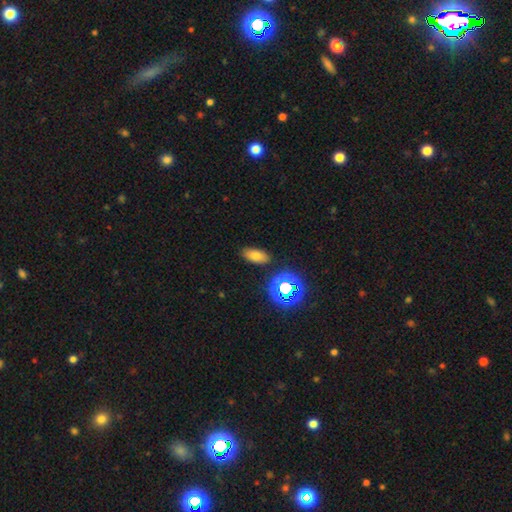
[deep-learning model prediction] Morphology: type=smooth (70%); roundness=in between (85%); merging=none (86%).